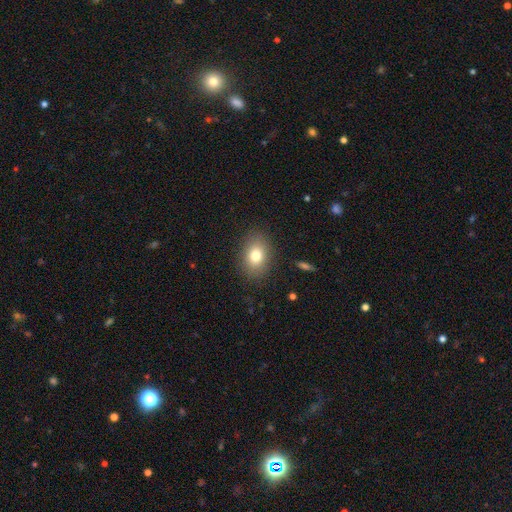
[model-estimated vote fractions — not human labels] Smooth or featured? Predicted: smooth (p=0.78). How rounded? Predicted: in between (p=0.75). Merging? Predicted: none (p=0.86).